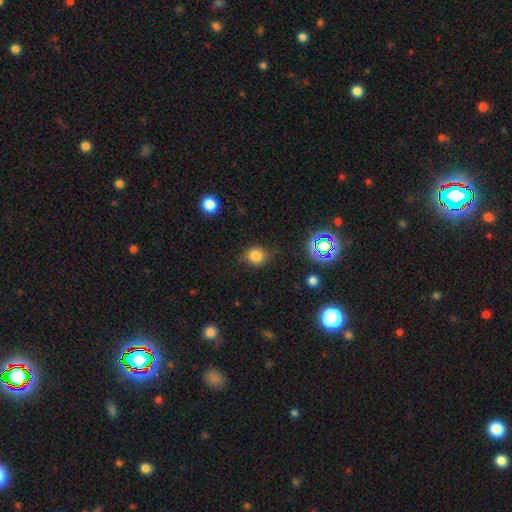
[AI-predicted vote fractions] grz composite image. It shows a smooth galaxy with no disk features (79%) that is round (78%). Merging: none (77%).